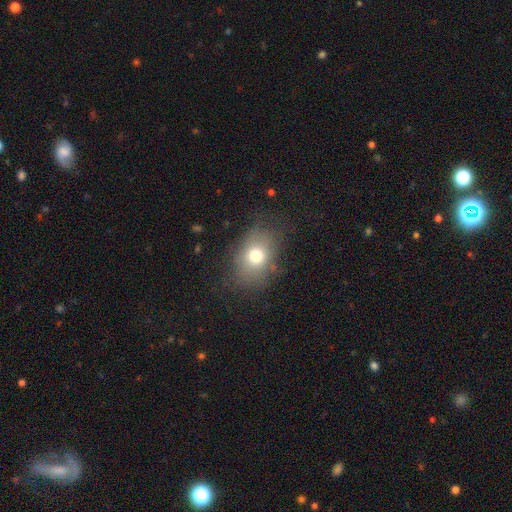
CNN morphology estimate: Smooth or featured? Predicted: smooth (p=0.71). How rounded? Predicted: in between (p=0.64). Merging? Predicted: none (p=0.71).